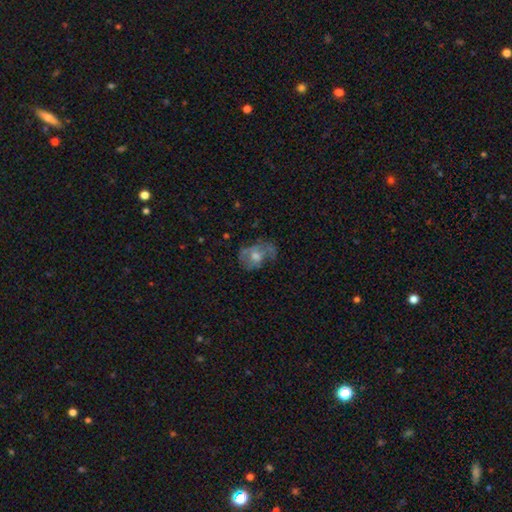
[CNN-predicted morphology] type=featured or disk (55%); edge-on=no (96%); bar=no (82%); spiral arms=no (53%); bulge=moderate (63%); merging=none (47%).